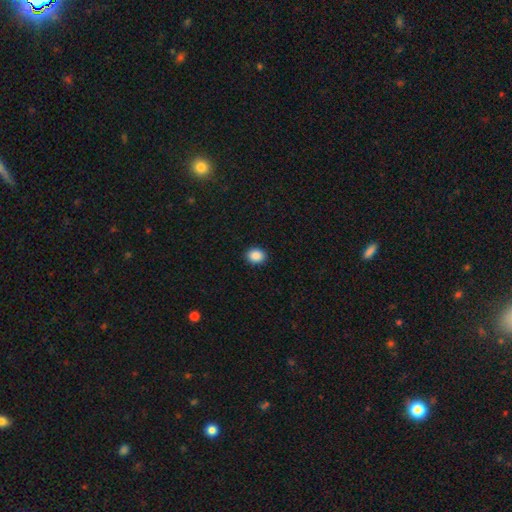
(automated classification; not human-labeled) Overall: smooth (89%). How rounded: round (52%; in between 47%). Merging: none (91%).